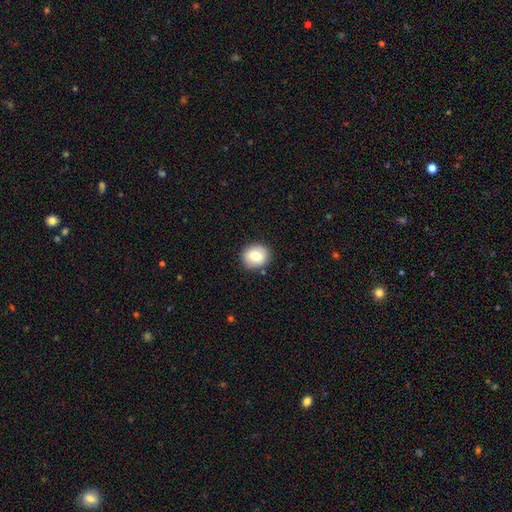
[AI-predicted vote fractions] smooth-or-featured: smooth: 79% | featured or disk: 13% | star or artifact: 9%
  how-rounded: round: 78% | in between: 21% | cigar-shaped: 1%
  merging: none: 87% | minor disturbance: 9% | major disturbance: 2% | merger: 2%